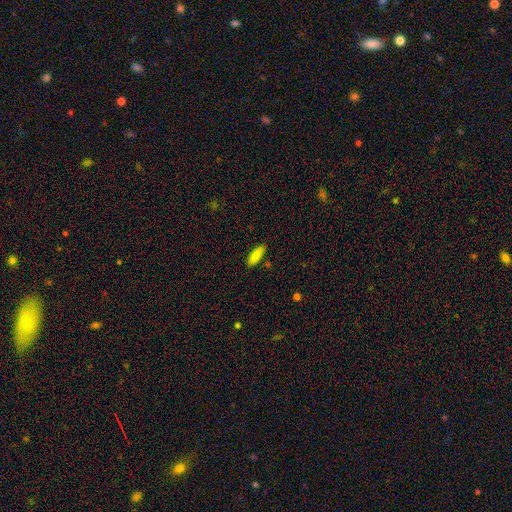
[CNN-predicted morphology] The model was most divided on "how rounded": in between: 60%, cigar-shaped: 38%, round: 2%. More confident: smooth or featured — smooth (84%); merging — none (83%).